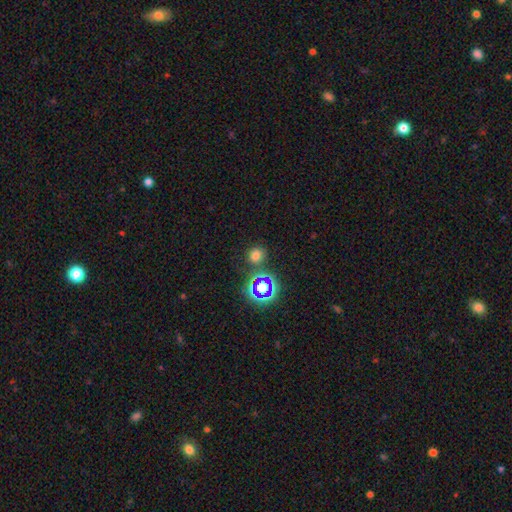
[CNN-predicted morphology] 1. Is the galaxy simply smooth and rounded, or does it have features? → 66% smooth, 27% star or artifact, 6% featured or disk.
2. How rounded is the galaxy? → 83% round, 16% in between, 1% cigar-shaped.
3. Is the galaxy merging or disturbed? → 79% none, 9% minor disturbance, 8% merger, 4% major disturbance.